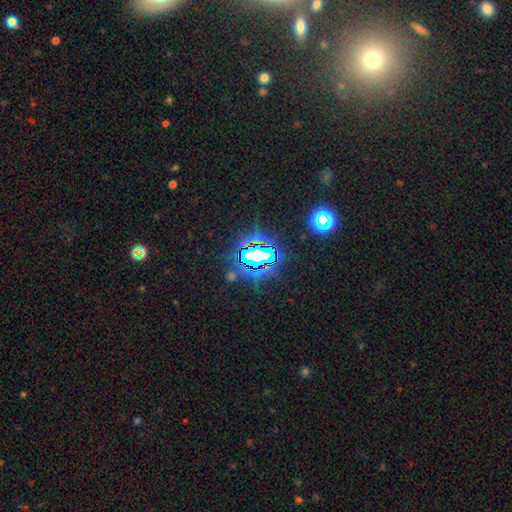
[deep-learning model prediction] Q: Smooth or featured?
A: star or artifact (76%); runner-up: smooth (12%)